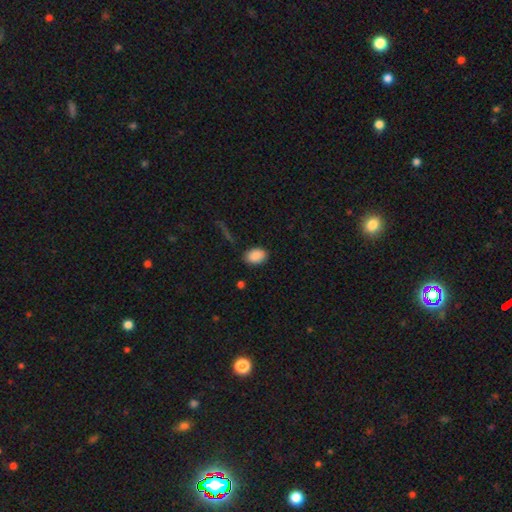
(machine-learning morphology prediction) smooth_or_featured: smooth (p=0.88) [alt: star or artifact p=0.08]
how_rounded: in between (p=0.83) [alt: round p=0.16]
merging: none (p=0.85) [alt: minor disturbance p=0.11]